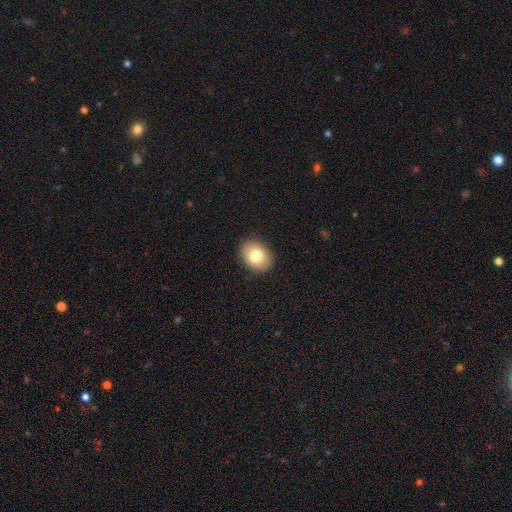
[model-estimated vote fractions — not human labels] The model was most divided on "how rounded": in between: 57%, round: 42%, cigar-shaped: 1%. More confident: merging — none (90%); smooth or featured — smooth (79%).